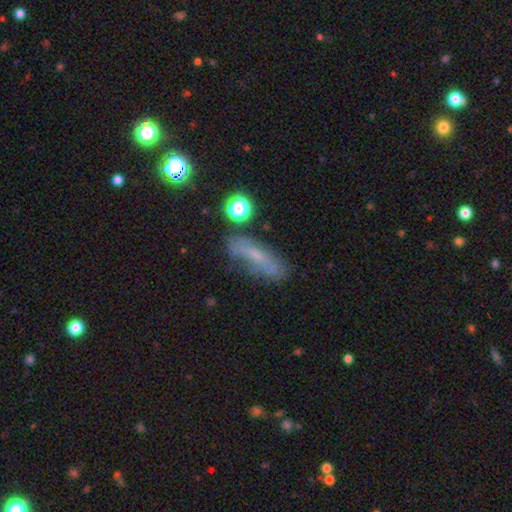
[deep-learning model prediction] Overall: smooth (46%; featured or disk 38%). Merging: none (61%; minor disturbance 24%).